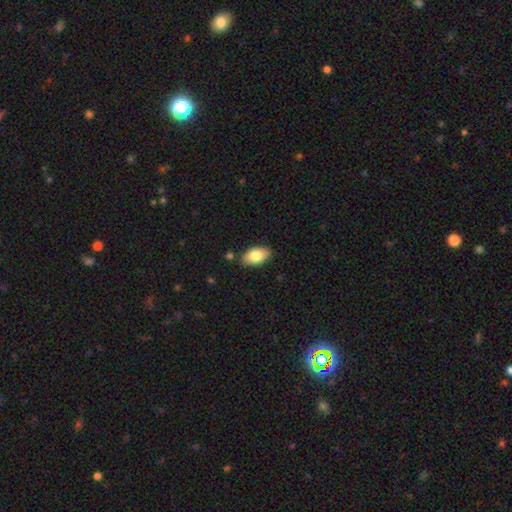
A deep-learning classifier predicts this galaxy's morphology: Smooth or featured? Predicted: smooth (p=0.82). How rounded? Predicted: in between (p=0.94). Merging? Predicted: none (p=0.82).